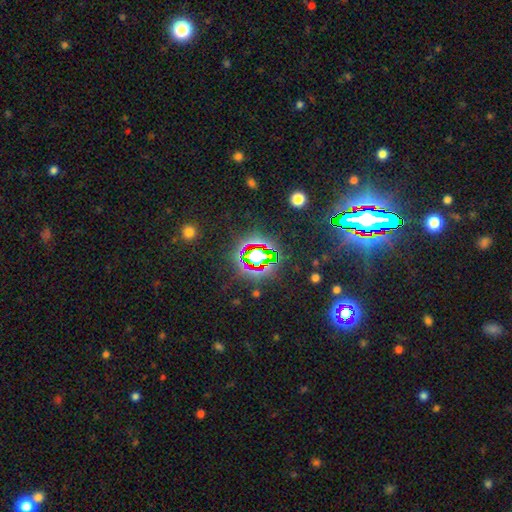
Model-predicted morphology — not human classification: star or artifact 73%, smooth 16%, featured or disk 11%.